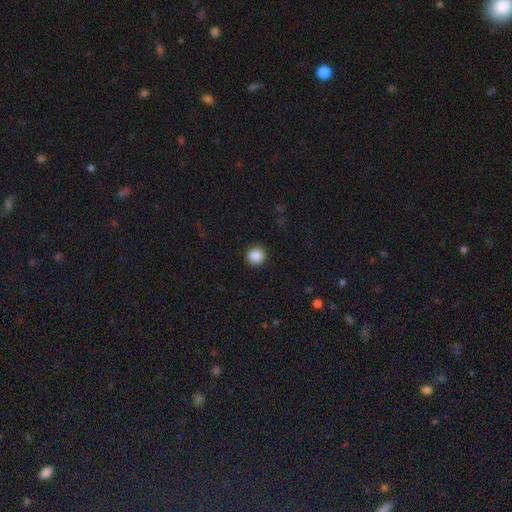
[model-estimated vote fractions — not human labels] This is clearly a smooth galaxy (87%). How rounded: clearly round (94%). Merging: clearly none (92%).